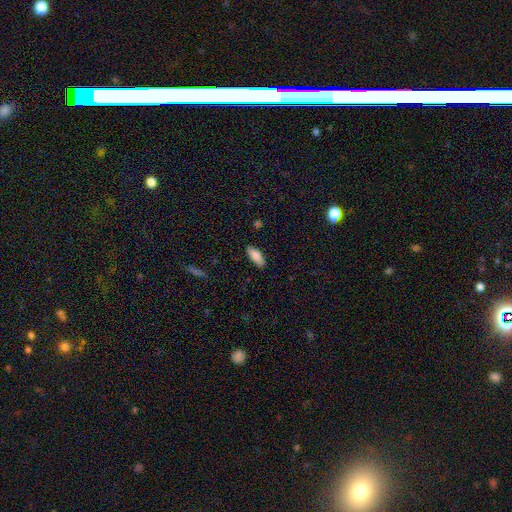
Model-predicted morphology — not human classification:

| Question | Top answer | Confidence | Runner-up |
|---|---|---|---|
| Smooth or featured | smooth | 82% | featured or disk (12%) |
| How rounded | in between | 77% | cigar-shaped (21%) |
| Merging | none | 86% | minor disturbance (11%) |